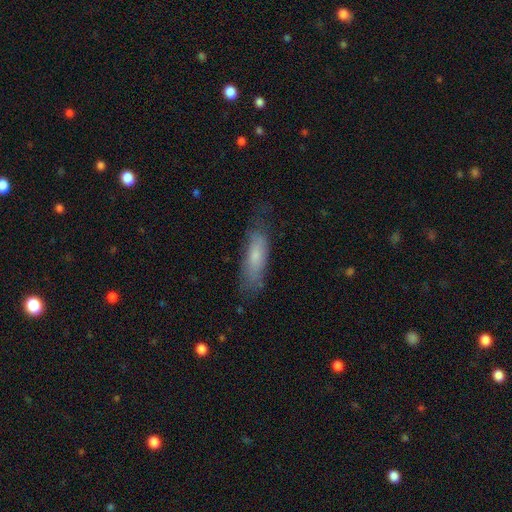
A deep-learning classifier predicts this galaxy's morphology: Smooth or featured?
  - smooth: 67% *
  - featured or disk: 25%
  - star or artifact: 7%
How rounded?
  - cigar-shaped: 51% *
  - in between: 47%
  - round: 2%
Merging?
  - none: 59% *
  - minor disturbance: 27%
  - major disturbance: 12%
  - merger: 2%